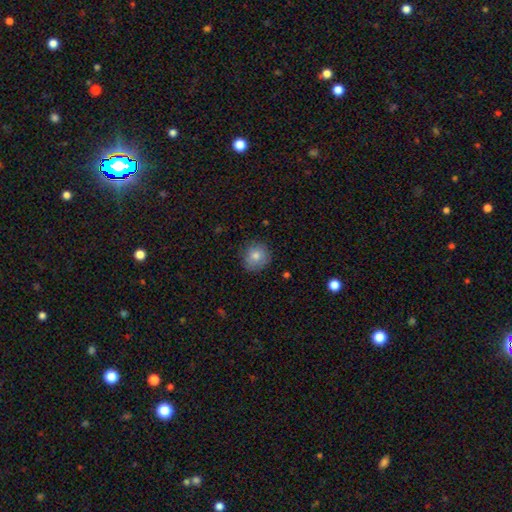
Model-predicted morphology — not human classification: type=smooth (80%); roundness=round (90%); merging=none (85%).